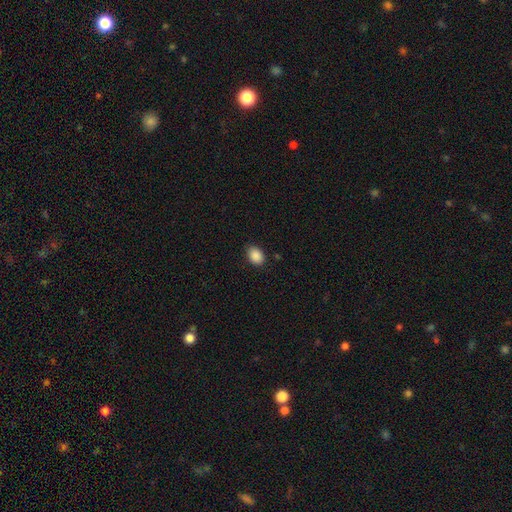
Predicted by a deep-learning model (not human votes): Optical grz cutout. It shows a smooth galaxy with no disk features (89%) that is in between round and cigar-shaped (73%). Merging: none (86%).